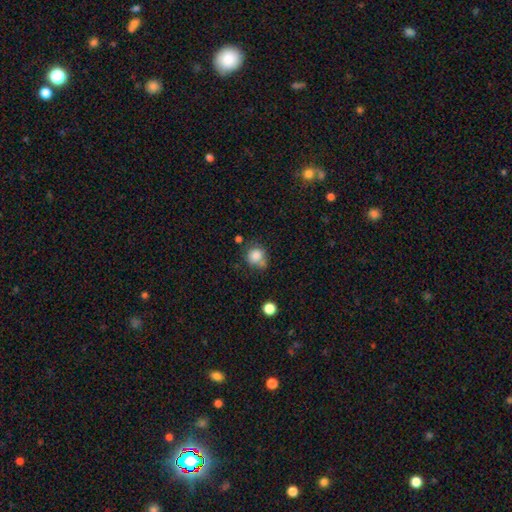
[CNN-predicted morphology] Q: Smooth or featured?
A: smooth (82%); runner-up: star or artifact (10%)
Q: How rounded?
A: round (81%); runner-up: in between (18%)
Q: Merging?
A: none (54%); runner-up: merger (20%)